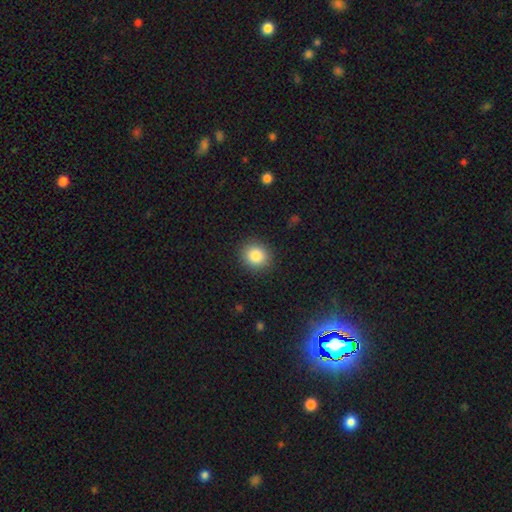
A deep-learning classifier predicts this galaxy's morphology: The model was most divided on "how rounded": round: 82%, in between: 17%, cigar-shaped: 1%. More confident: merging — none (90%); smooth or featured — smooth (85%).